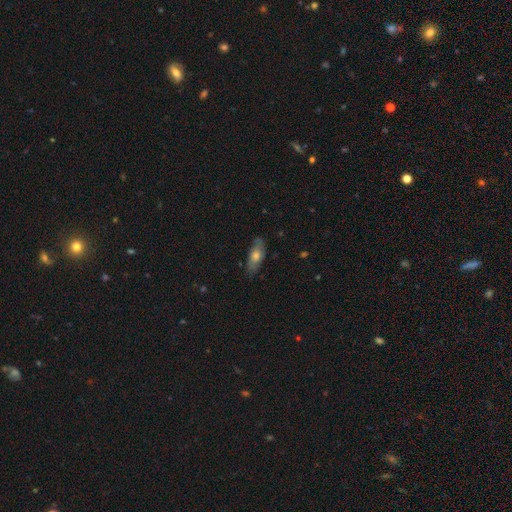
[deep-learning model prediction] The model was most divided on "smooth or featured": smooth: 55%, featured or disk: 36%, star or artifact: 8%. More confident: merging — none (81%); how rounded — in between (71%).